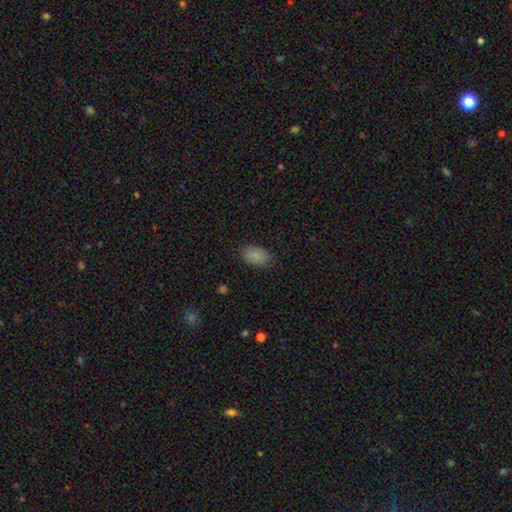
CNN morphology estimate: Smooth or featured? Predicted: smooth (p=0.88). How rounded? Predicted: in between (p=0.89). Merging? Predicted: none (p=0.84).